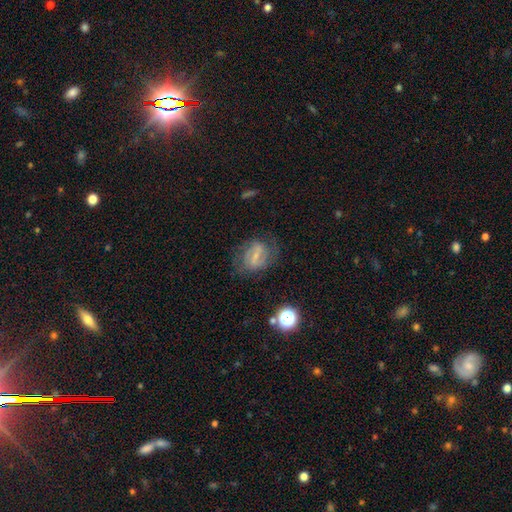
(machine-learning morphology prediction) Smooth or featured? Predicted: featured or disk (p=0.68). Edge-on disk? Predicted: no (p=0.96). Bar? Predicted: weak (p=0.45). Spiral arms? Predicted: yes (p=0.81). Spiral winding? Predicted: medium (p=0.46). Spiral arm count? Predicted: 2 (p=0.68). Bulge size? Predicted: small (p=0.61). Merging? Predicted: none (p=0.66).